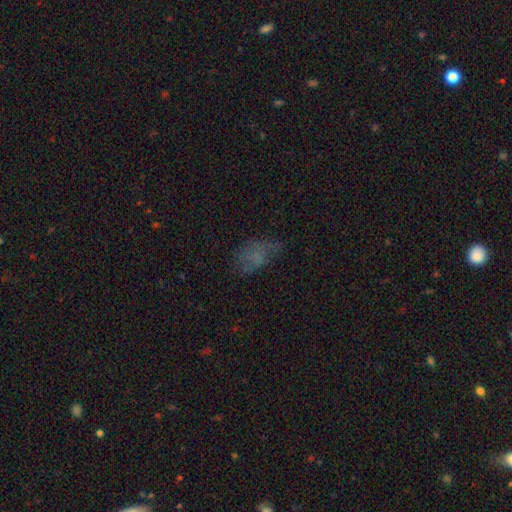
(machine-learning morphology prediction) Smooth or featured: smooth — 55% (featured or disk — 25%)
How rounded: in between — 86% (round — 10%)
Merging: none — 46% (minor disturbance — 27%)